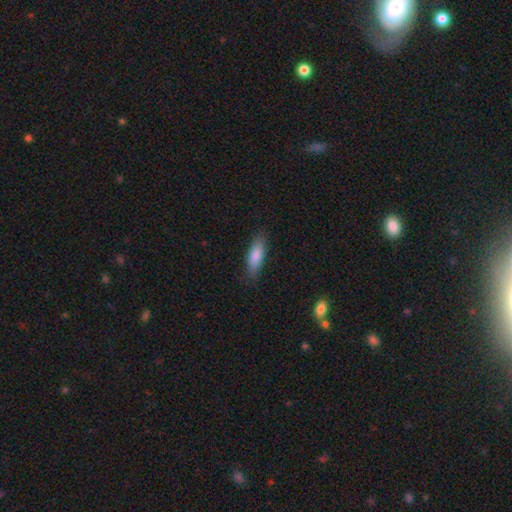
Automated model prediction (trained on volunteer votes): Smooth or featured? Predicted: smooth (p=0.84). How rounded? Predicted: in between (p=0.56). Merging? Predicted: none (p=0.84).